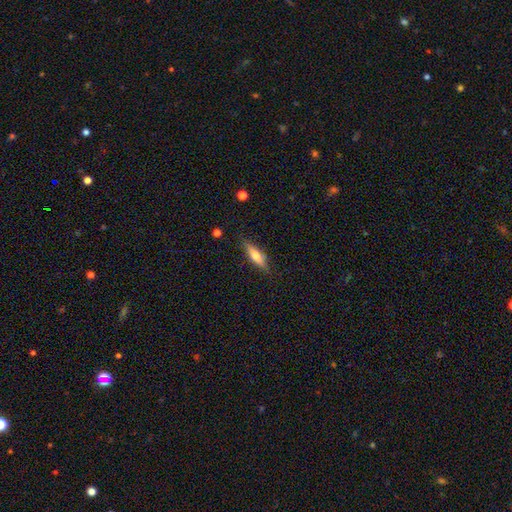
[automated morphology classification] Smooth or featured? Predicted: smooth (p=0.53). How rounded? Predicted: cigar-shaped (p=0.61). Merging? Predicted: none (p=0.81).